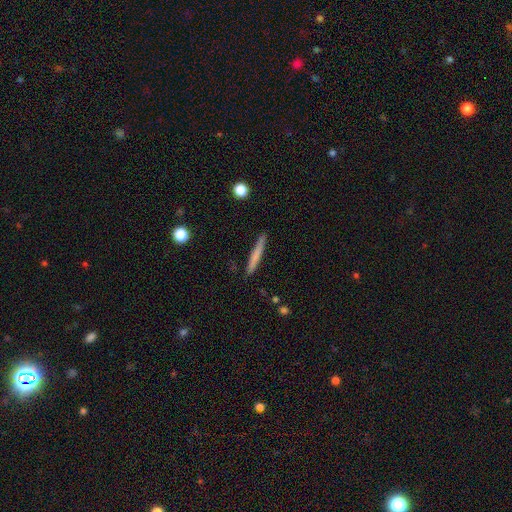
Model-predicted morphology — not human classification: smooth_or_featured: smooth (p=0.67) [alt: featured or disk p=0.27]
how_rounded: cigar-shaped (p=0.96) [alt: in between p=0.03]
merging: none (p=0.89) [alt: minor disturbance p=0.08]